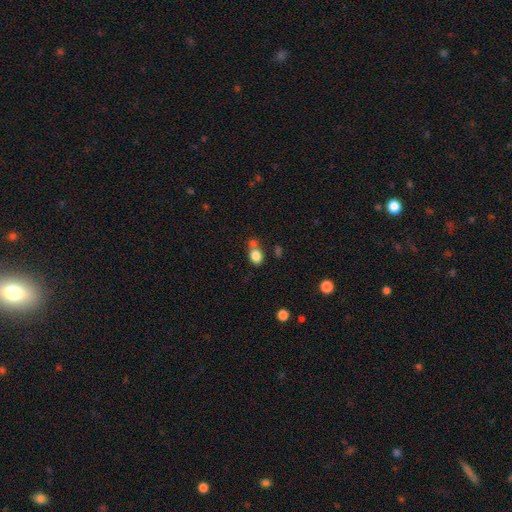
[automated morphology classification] This appears to be a smooth galaxy with no disk features (83%) that is in between round and cigar-shaped (62%). Merging: none (46%).